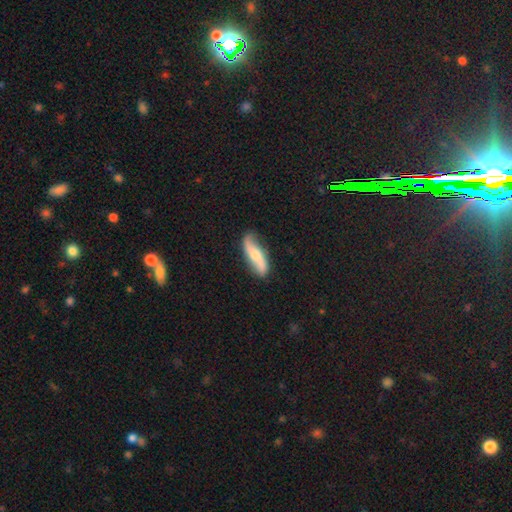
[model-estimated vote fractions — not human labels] Smooth or featured? featured or disk (60%)
Edge-on disk? no (78%)
Merging? none (77%)